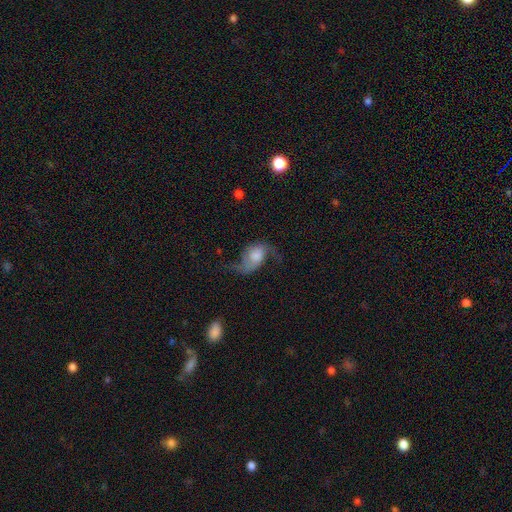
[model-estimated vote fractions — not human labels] This appears to be a featured or disk galaxy (69%) with no bar (64%), 2 (89%) loose (82%) spiral arms (92%) and a moderate central bulge (36%). Merging: none (49%).